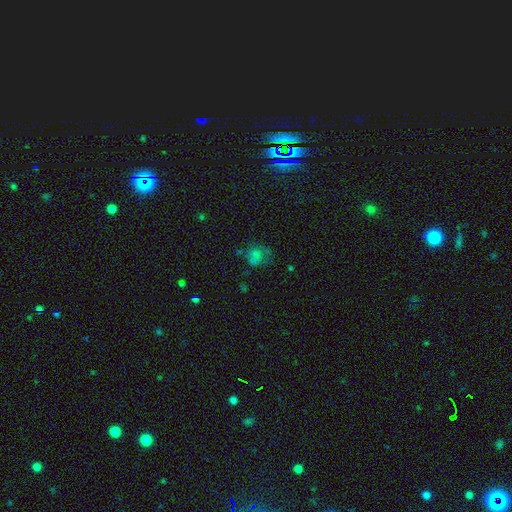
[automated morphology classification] Smooth or featured: smooth — 63% (star or artifact — 20%)
How rounded: round — 60% (in between — 38%)
Merging: none — 43% (major disturbance — 24%)